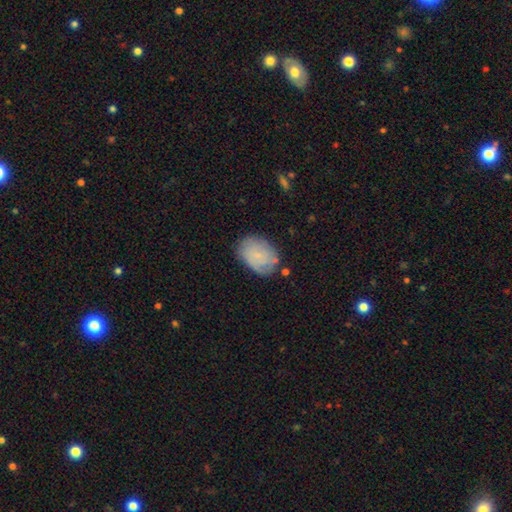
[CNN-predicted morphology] A smooth galaxy with no disk features (63%) that is in between round and cigar-shaped (76%).

Vote fractions:
- Smooth or featured? smooth: 63% / featured or disk: 29% / star or artifact: 8%
- How rounded? in between: 76% / round: 23% / cigar-shaped: 1%
- Merging? none: 70% / minor disturbance: 22% / major disturbance: 6% / merger: 3%